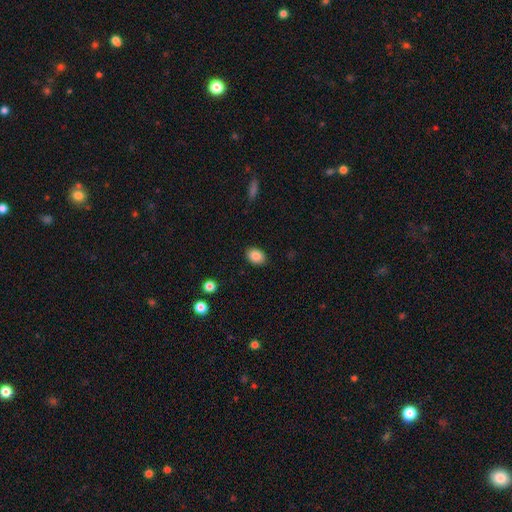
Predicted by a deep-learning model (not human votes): Smooth or featured?
  - smooth: 86% *
  - star or artifact: 9%
  - featured or disk: 5%
How rounded?
  - in between: 62% *
  - round: 37%
  - cigar-shaped: 1%
Merging?
  - none: 88% *
  - minor disturbance: 9%
  - major disturbance: 2%
  - merger: 1%